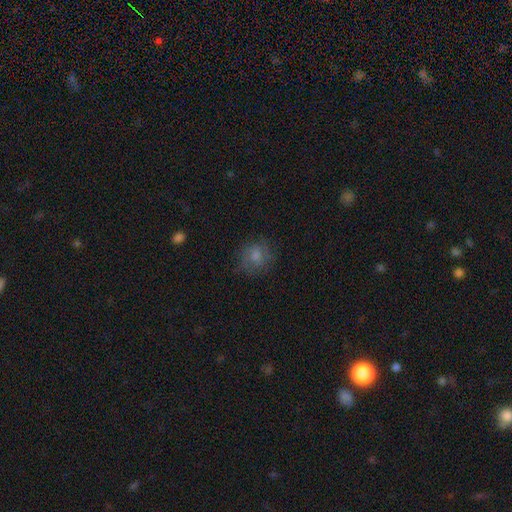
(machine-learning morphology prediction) smooth-or-featured: smooth: 71% | featured or disk: 18% | star or artifact: 11%
  how-rounded: round: 79% | in between: 20% | cigar-shaped: 1%
  merging: none: 70% | minor disturbance: 19% | major disturbance: 10% | merger: 1%